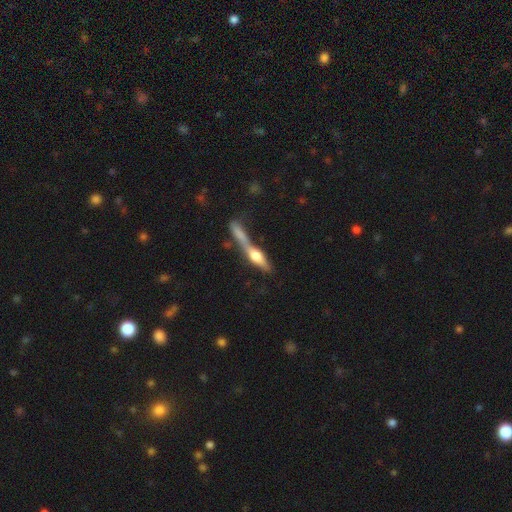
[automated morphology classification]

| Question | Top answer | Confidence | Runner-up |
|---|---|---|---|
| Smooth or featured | smooth | 46% | featured or disk (45%) |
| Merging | merger | 49% | none (31%) |